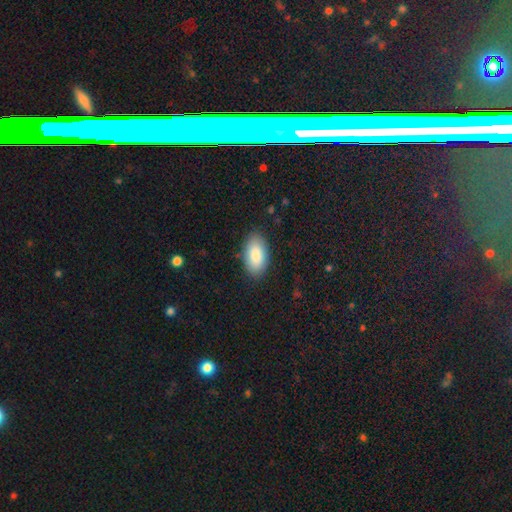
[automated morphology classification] A smooth galaxy with no disk features (86%) that is in between round and cigar-shaped (95%). Merging: none (86%).